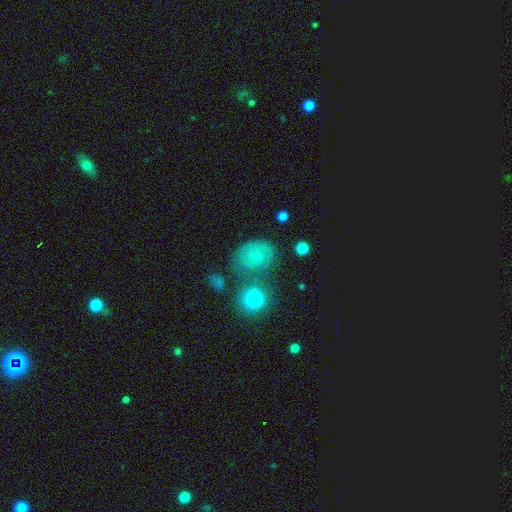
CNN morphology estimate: smooth 57%, featured or disk 32%, star or artifact 11%. Down the decision tree: how rounded — round (56%); merging — none (54%).